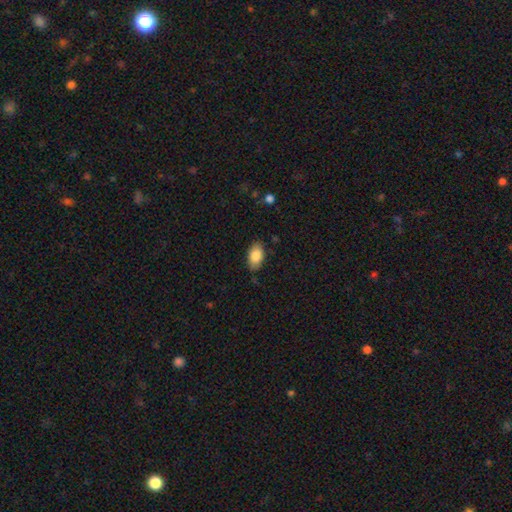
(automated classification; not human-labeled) Smooth or featured? Predicted: smooth (p=0.85). How rounded? Predicted: in between (p=0.93). Merging? Predicted: none (p=0.82).